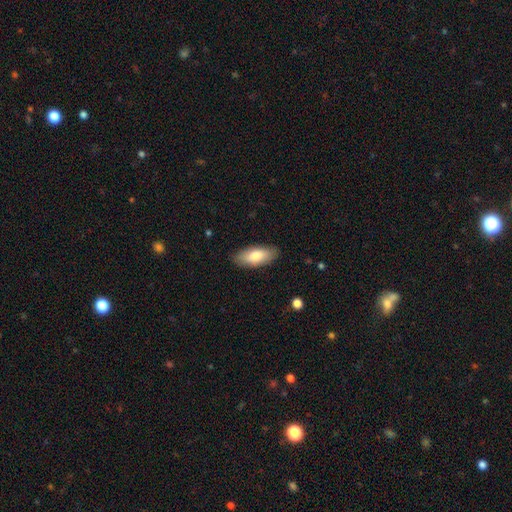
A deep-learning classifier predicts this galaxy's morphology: smooth 77%, featured or disk 17%, star or artifact 6%. Down the decision tree: how rounded — in between (81%); merging — none (87%).